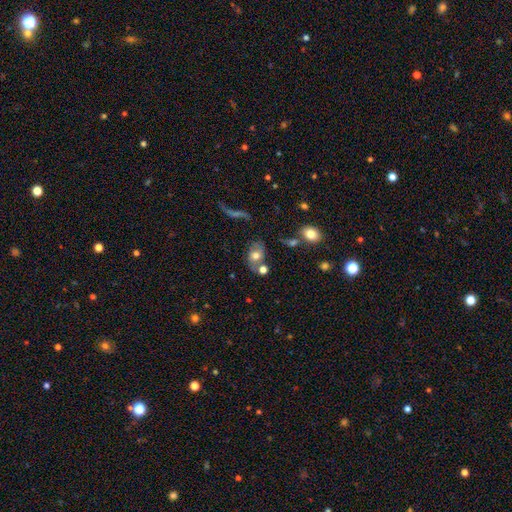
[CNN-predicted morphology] smooth 61%, featured or disk 28%, star or artifact 11%. Down the decision tree: how rounded — in between (73%); merging — none (52%).